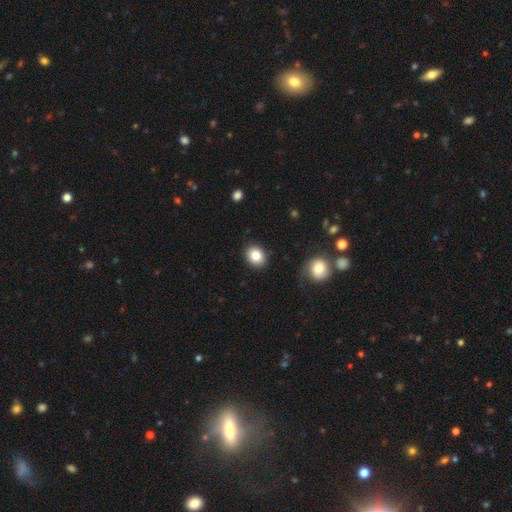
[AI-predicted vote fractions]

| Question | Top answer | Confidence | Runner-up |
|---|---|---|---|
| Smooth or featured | smooth | 84% | star or artifact (9%) |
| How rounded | round | 58% | in between (41%) |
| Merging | none | 88% | minor disturbance (8%) |